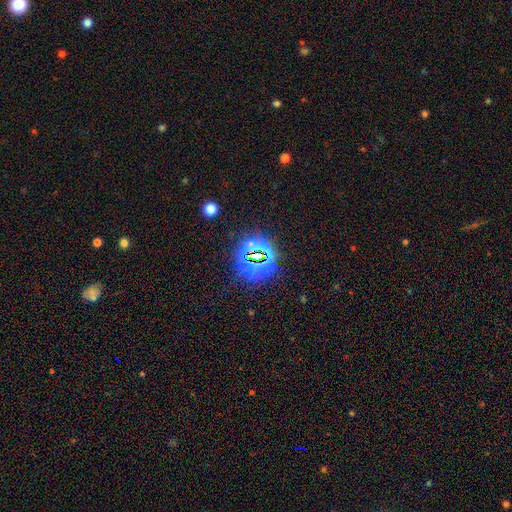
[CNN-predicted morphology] The model was most divided on "smooth or featured": star or artifact: 77%, smooth: 14%, featured or disk: 8%.